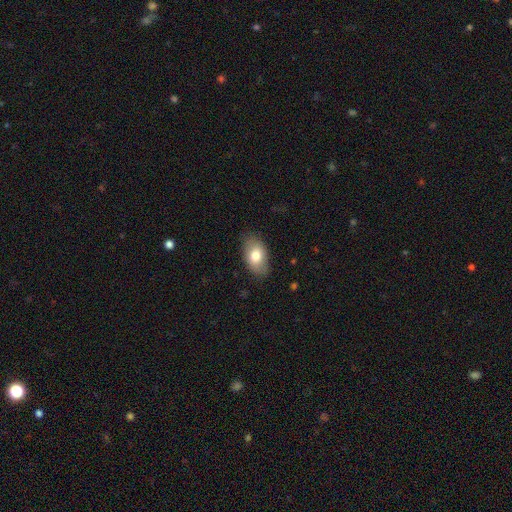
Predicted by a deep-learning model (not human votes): This is likely a smooth galaxy (77%). How rounded: clearly in between (91%). Merging: likely none (79%).